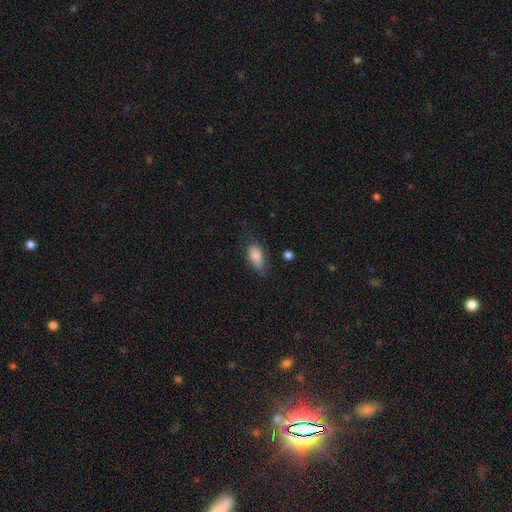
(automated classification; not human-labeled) Q: Smooth or featured?
A: smooth (84%); runner-up: featured or disk (9%)
Q: How rounded?
A: in between (89%); runner-up: cigar-shaped (7%)
Q: Merging?
A: none (60%); runner-up: minor disturbance (28%)